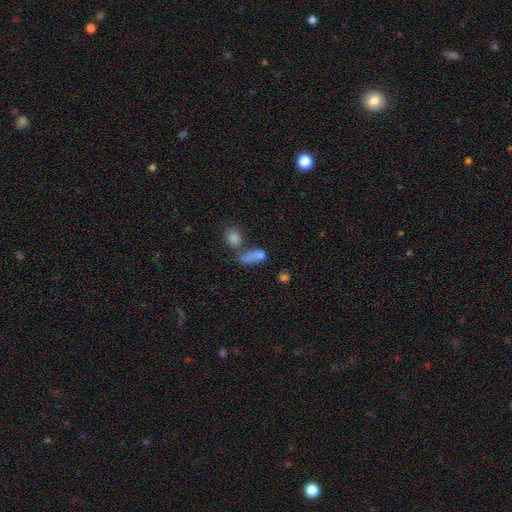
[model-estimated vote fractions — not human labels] Morphology: type=smooth (73%); roundness=in between (71%); merging=merger (51%).